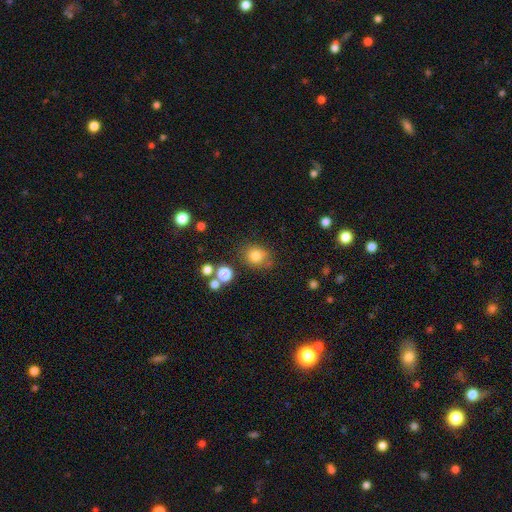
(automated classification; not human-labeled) This appears to be a smooth galaxy with no disk features (80%) that is round (79%). Merging: none (74%).